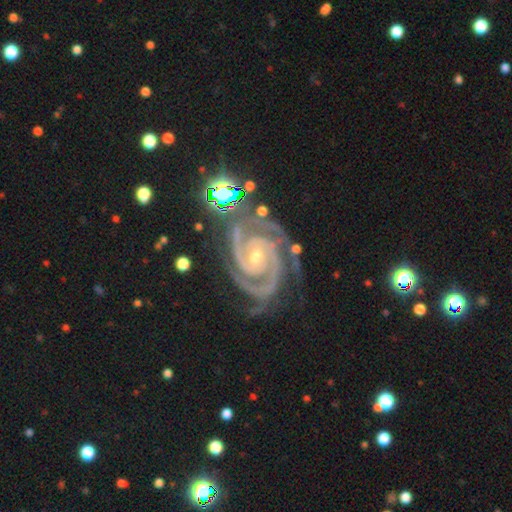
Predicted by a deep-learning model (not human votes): Smooth or featured: featured or disk — 93% (star or artifact — 5%)
Edge-on disk: no — 98% (yes — 2%)
Bar: no — 64% (weak — 21%)
Spiral arms: yes — 99% (no — 1%)
Spiral winding: tight — 76% (medium — 22%)
Spiral arm count: 2 — 68% (3 — 20%)
Bulge size: small — 71% (moderate — 26%)
Merging: none — 74% (minor disturbance — 18%)